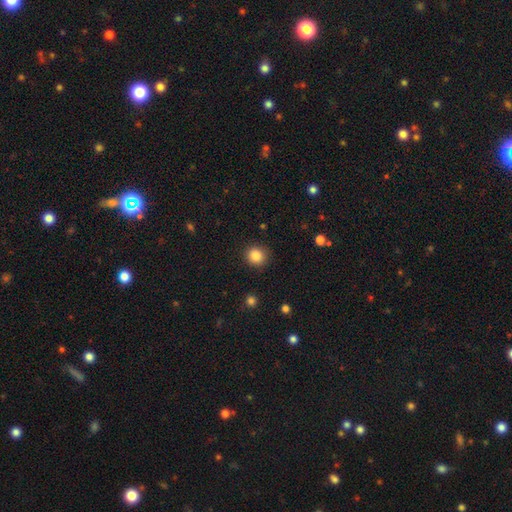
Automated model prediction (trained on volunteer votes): Morphology: type=smooth (85%); roundness=round (88%); merging=none (90%).